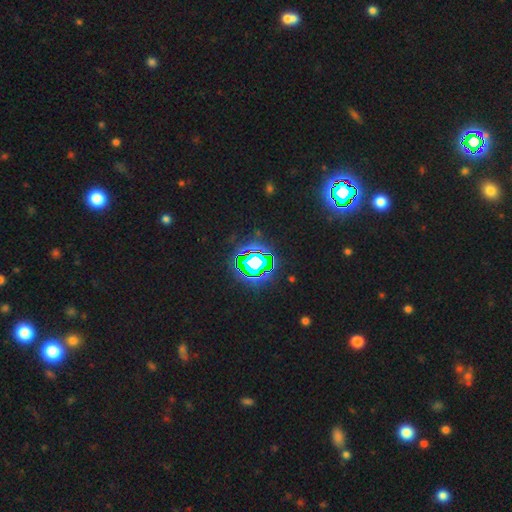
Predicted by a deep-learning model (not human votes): A star or artifact, not a galaxy (79%).

Vote fractions:
- Smooth or featured? star or artifact: 79% / smooth: 12% / featured or disk: 8%